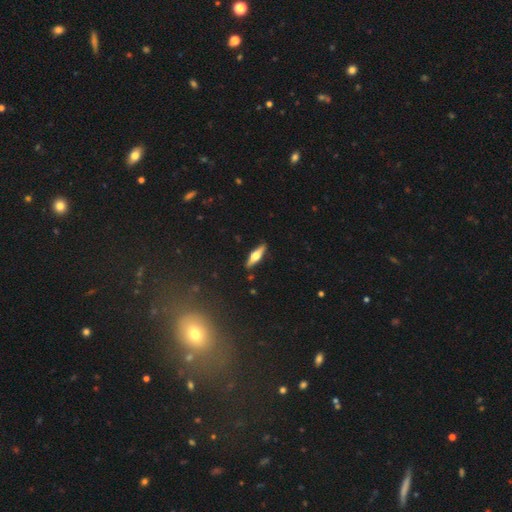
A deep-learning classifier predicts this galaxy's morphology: Smooth or featured? featured or disk (59%)
Edge-on disk? yes (94%)
Edge-on bulge? rounded (93%)
Merging? none (89%)